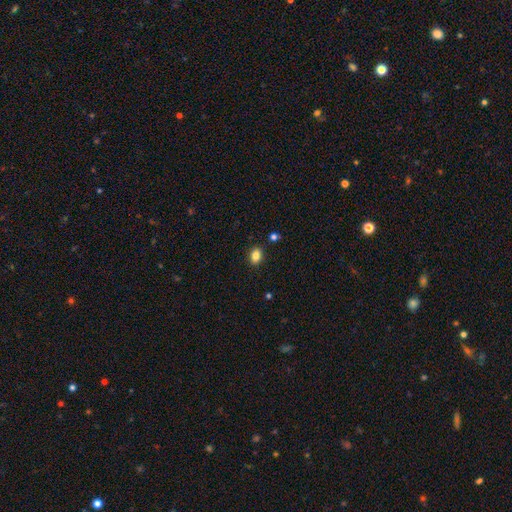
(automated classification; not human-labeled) A smooth galaxy with no disk features (84%) that is in between round and cigar-shaped (66%).

Vote fractions:
- Smooth or featured? smooth: 84% / star or artifact: 10% / featured or disk: 6%
- How rounded? in between: 66% / round: 33% / cigar-shaped: 1%
- Merging? none: 87% / minor disturbance: 8% / merger: 2% / major disturbance: 2%